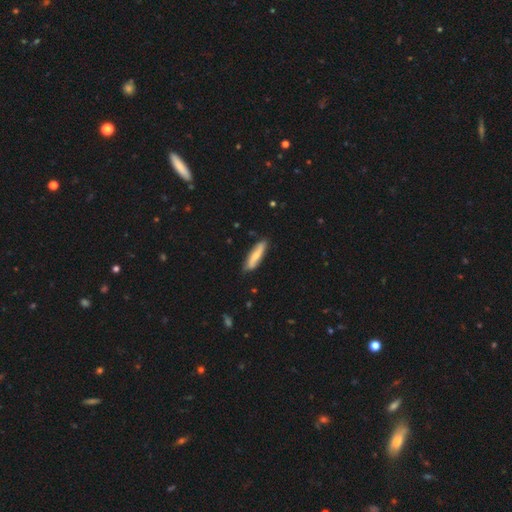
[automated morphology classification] Smooth or featured? smooth (55%)
How rounded? cigar-shaped (71%)
Merging? none (84%)